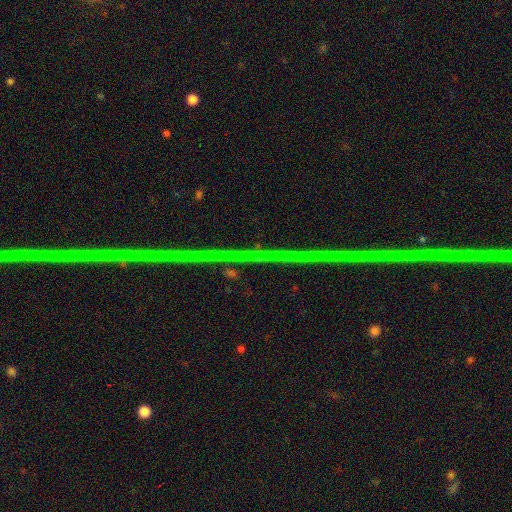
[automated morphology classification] Smooth or featured? star or artifact (75%)